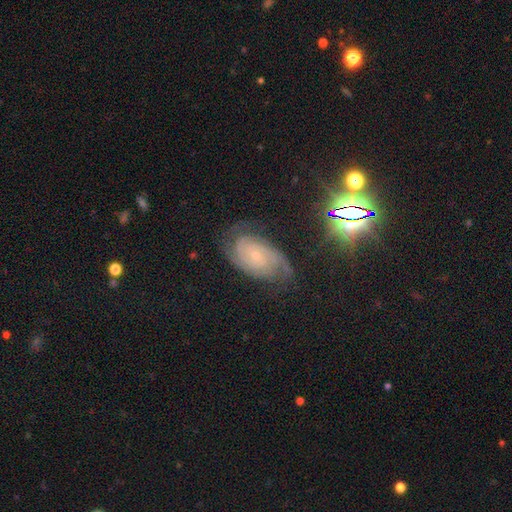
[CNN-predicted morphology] This appears to be a featured or disk galaxy (82%) with no bar (65%), 2 (52%) tight (69%) spiral arms (97%) and a small central bulge (75%). Merging: none (70%).